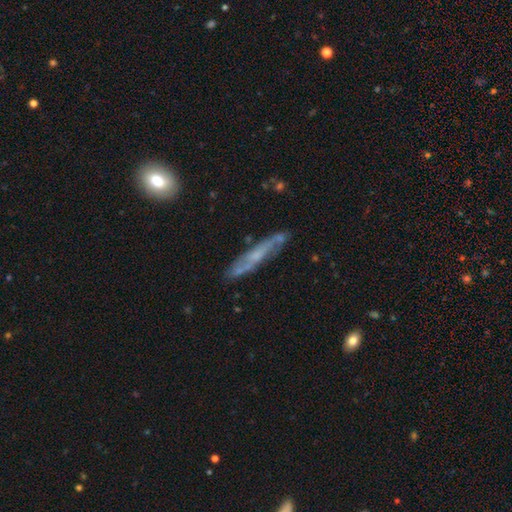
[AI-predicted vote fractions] Smooth or featured? Predicted: featured or disk (p=0.62). Edge-on disk? Predicted: yes (p=0.68). Merging? Predicted: none (p=0.76).